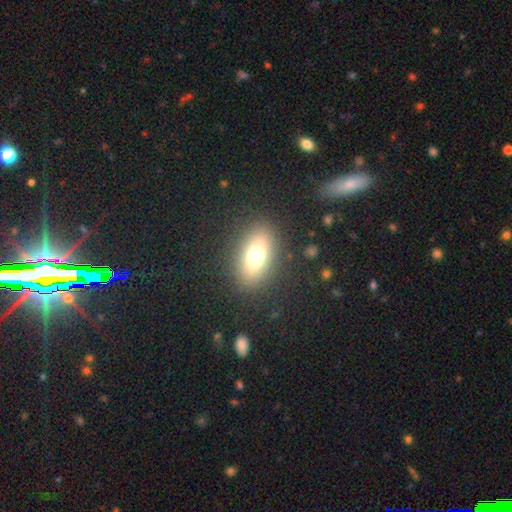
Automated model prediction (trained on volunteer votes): Smooth or featured? smooth (68%)
How rounded? in between (75%)
Merging? none (86%)